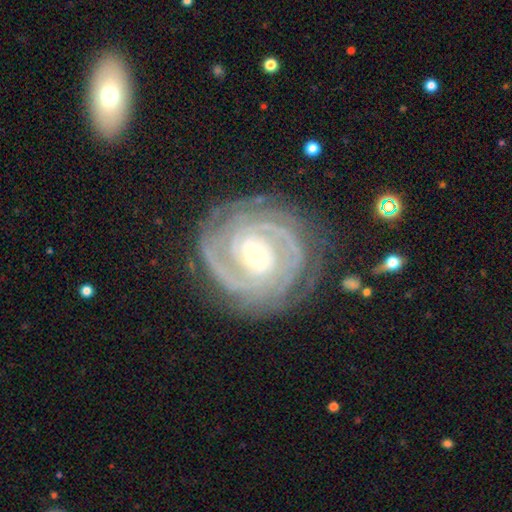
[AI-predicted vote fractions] featured or disk 90%, star or artifact 5%, smooth 5%. Down the decision tree: edge-on disk — no (97%); bar — weak (43%); spiral arms — yes (98%); spiral arm count — 2 (30%); spiral winding — tight (81%); bulge size — small (54%); merging — none (79%).